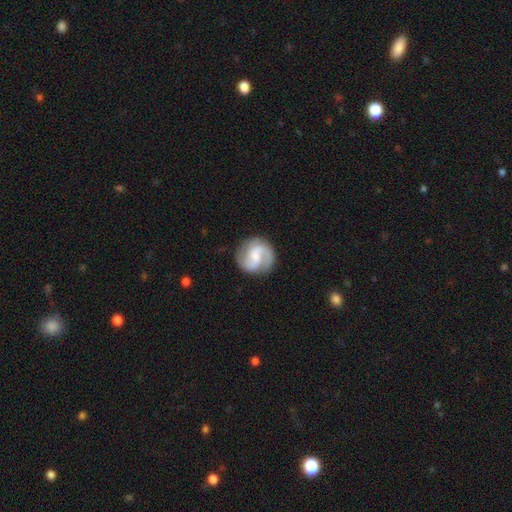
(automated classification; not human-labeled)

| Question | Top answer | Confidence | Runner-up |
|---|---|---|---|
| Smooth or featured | featured or disk | 75% | smooth (19%) |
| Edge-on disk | no | 98% | yes (2%) |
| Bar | weak | 50% | no (32%) |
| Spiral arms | yes | 95% | no (5%) |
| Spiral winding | medium | 50% | tight (26%) |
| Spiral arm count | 2 | 84% | can't tell (5%) |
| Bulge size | small | 39% | moderate (32%) |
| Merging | none | 80% | minor disturbance (13%) |